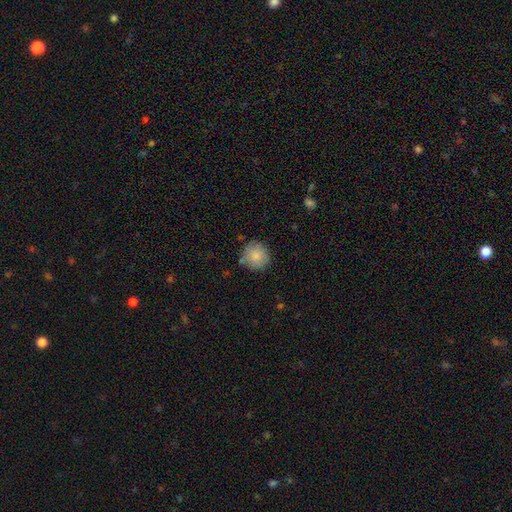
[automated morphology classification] A smooth galaxy with no disk features (82%) that is round (91%).

Vote fractions:
- Smooth or featured? smooth: 82% / featured or disk: 10% / star or artifact: 8%
- How rounded? round: 91% / in between: 8% / cigar-shaped: 1%
- Merging? none: 80% / minor disturbance: 14% / major disturbance: 3% / merger: 3%